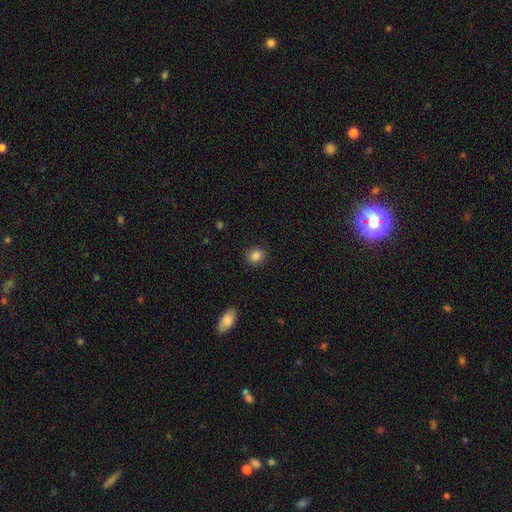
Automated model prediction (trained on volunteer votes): smooth_or_featured: smooth (p=0.86) [alt: star or artifact p=0.10]
how_rounded: round (p=0.80) [alt: in between p=0.19]
merging: none (p=0.90) [alt: minor disturbance p=0.06]